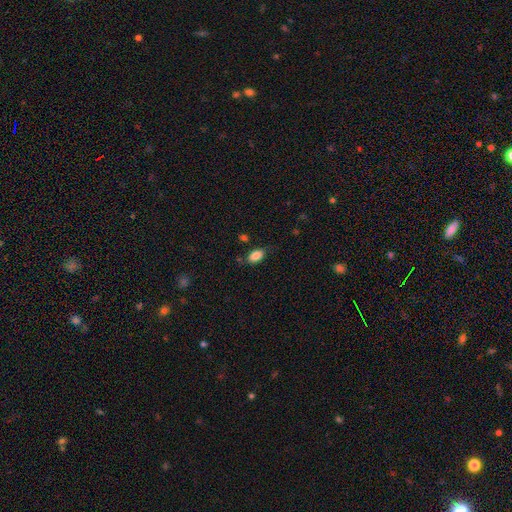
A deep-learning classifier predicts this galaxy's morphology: A smooth galaxy with no disk features (87%) that is in between round and cigar-shaped (91%).

Vote fractions:
- Smooth or featured? smooth: 87% / star or artifact: 8% / featured or disk: 5%
- How rounded? in between: 91% / round: 6% / cigar-shaped: 2%
- Merging? none: 77% / minor disturbance: 17% / major disturbance: 4% / merger: 2%